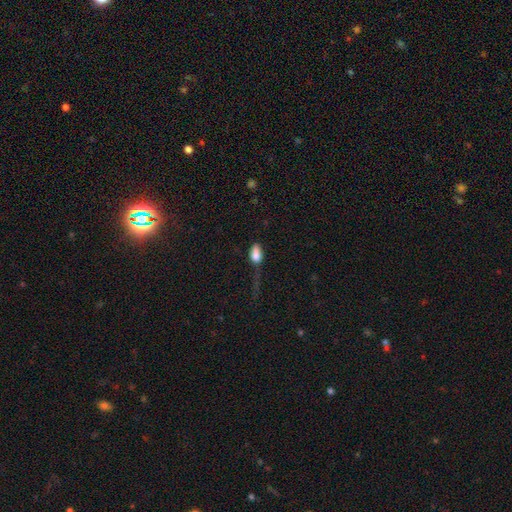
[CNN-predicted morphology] Q: Smooth or featured?
A: smooth (78%); runner-up: featured or disk (12%)
Q: How rounded?
A: in between (86%); runner-up: round (8%)
Q: Merging?
A: major disturbance (43%); runner-up: none (26%)